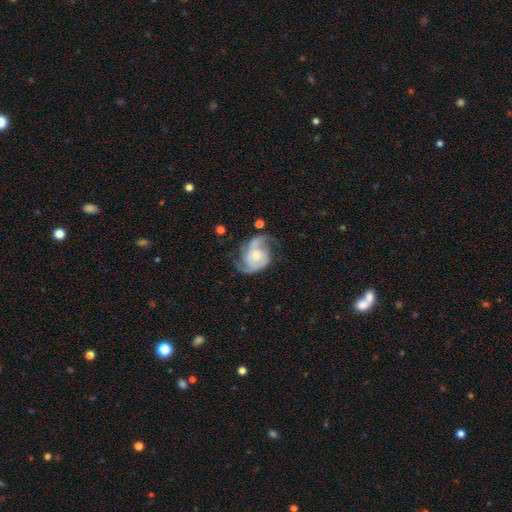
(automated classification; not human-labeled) Smooth or featured? Predicted: featured or disk (p=0.86). Edge-on disk? Predicted: no (p=0.98). Bar? Predicted: no (p=0.65). Spiral arms? Predicted: yes (p=0.96). Spiral winding? Predicted: medium (p=0.49). Spiral arm count? Predicted: 2 (p=0.85). Bulge size? Predicted: small (p=0.50). Merging? Predicted: none (p=0.62).